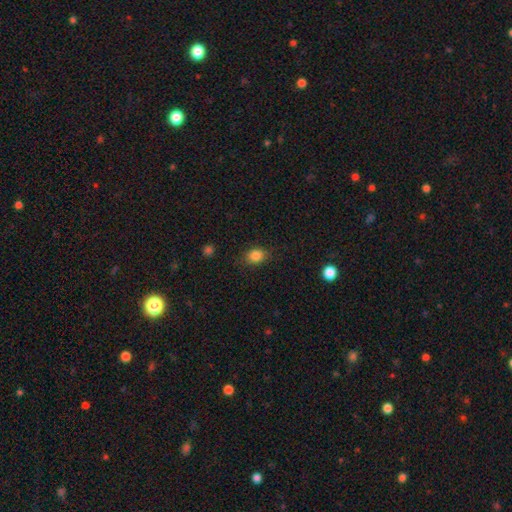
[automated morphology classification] A smooth galaxy with no disk features (84%) that is in between round and cigar-shaped (54%). Merging: none (81%).